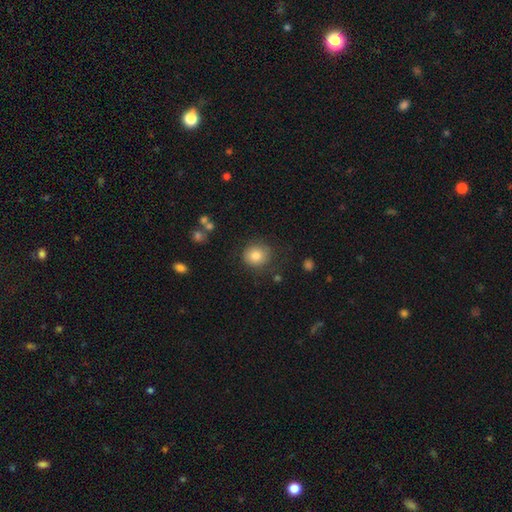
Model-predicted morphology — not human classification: A smooth galaxy with no disk features (82%) that is round (83%).

Vote fractions:
- Smooth or featured? smooth: 82% / star or artifact: 9% / featured or disk: 9%
- How rounded? round: 83% / in between: 16% / cigar-shaped: 1%
- Merging? none: 80% / minor disturbance: 13% / major disturbance: 5% / merger: 2%